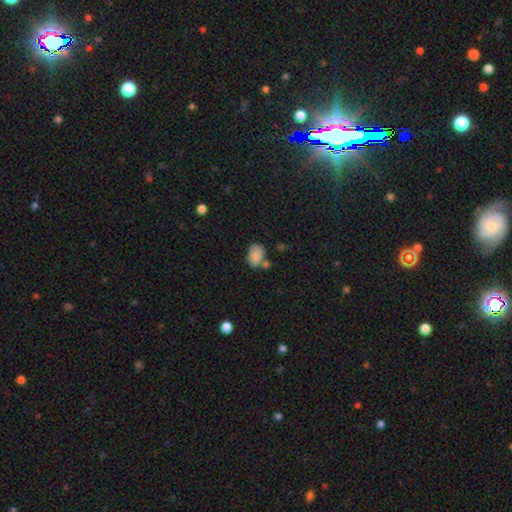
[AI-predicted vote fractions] This appears to be a smooth galaxy with no disk features (84%) that is in between round and cigar-shaped (82%). Merging: none (53%).